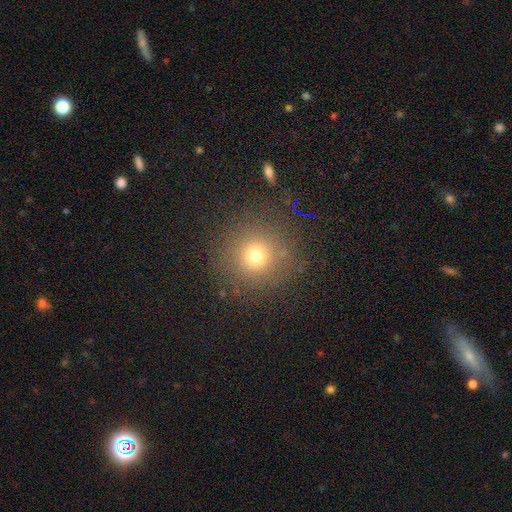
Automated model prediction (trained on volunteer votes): Morphology: type=smooth (71%); roundness=round (94%); merging=none (86%).